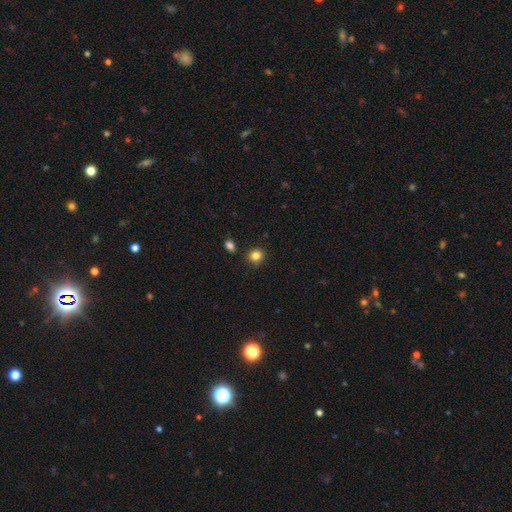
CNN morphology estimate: Smooth or featured?
  - smooth: 84% *
  - star or artifact: 12%
  - featured or disk: 5%
How rounded?
  - round: 85% *
  - in between: 14%
  - cigar-shaped: 1%
Merging?
  - none: 87% *
  - minor disturbance: 8%
  - merger: 3%
  - major disturbance: 2%